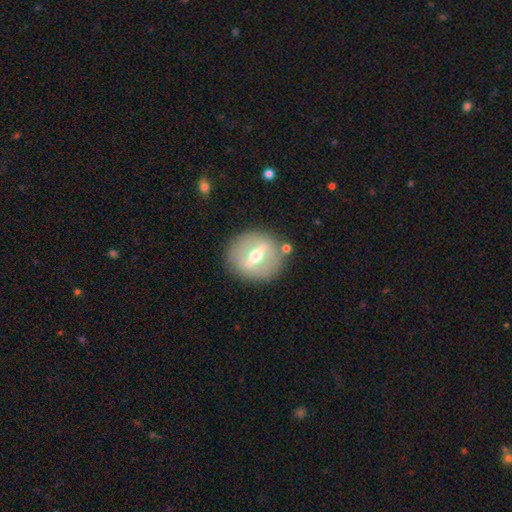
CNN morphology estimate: The model was most divided on "bar": strong: 68%, weak: 25%, no: 7%. More confident: merging — none (84%); spiral arms — no (82%); edge-on disk — no (75%); bulge size — moderate (74%); smooth or featured — featured or disk (71%).